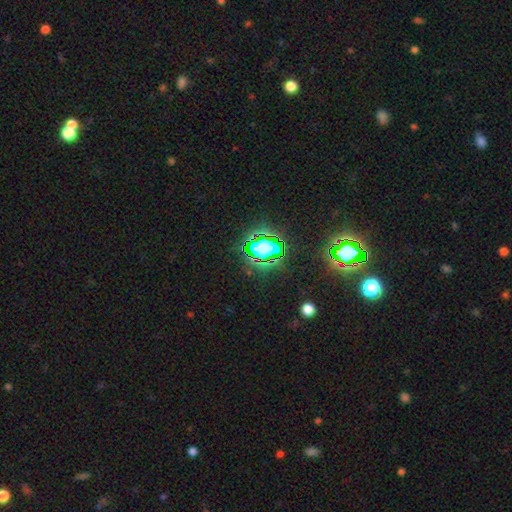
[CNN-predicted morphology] This is likely a star or artifact rather than a galaxy (79%).